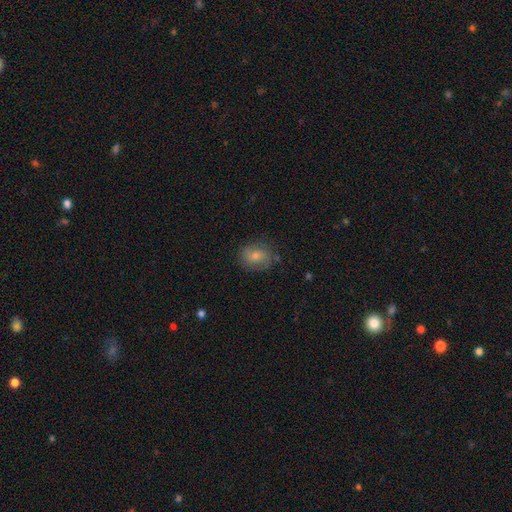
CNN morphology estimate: type=smooth (53%); roundness=round (57%); merging=none (80%).